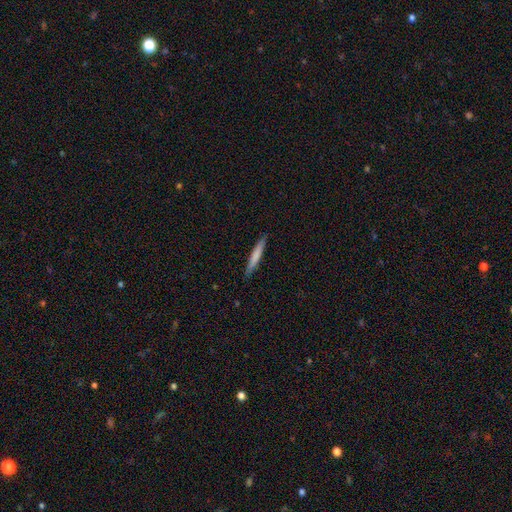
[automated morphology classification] The model was most divided on "smooth or featured": smooth: 73%, featured or disk: 22%, star or artifact: 5%. More confident: how rounded — cigar-shaped (95%); merging — none (89%).